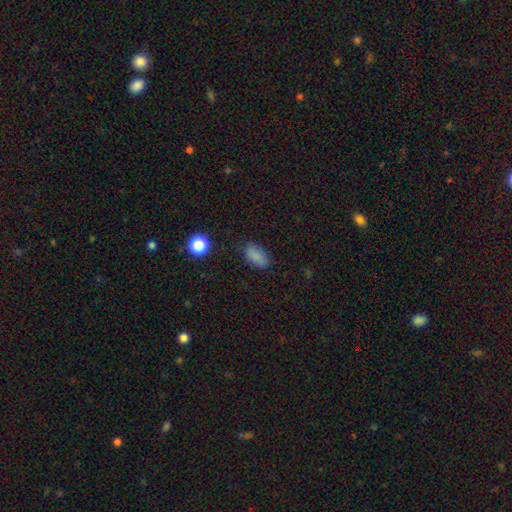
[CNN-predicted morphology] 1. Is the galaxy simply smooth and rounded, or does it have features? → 83% smooth, 12% star or artifact, 5% featured or disk.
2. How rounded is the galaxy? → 90% in between, 7% round, 3% cigar-shaped.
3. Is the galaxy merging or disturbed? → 79% none, 15% minor disturbance, 4% major disturbance, 2% merger.